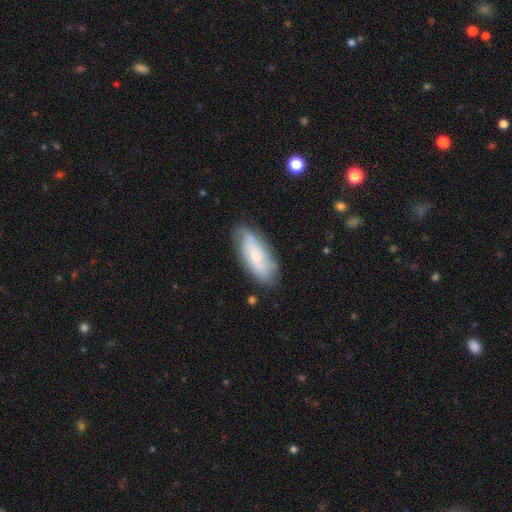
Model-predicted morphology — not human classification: smooth_or_featured: smooth (p=0.50) [alt: featured or disk p=0.43]
merging: none (p=0.75) [alt: minor disturbance p=0.19]